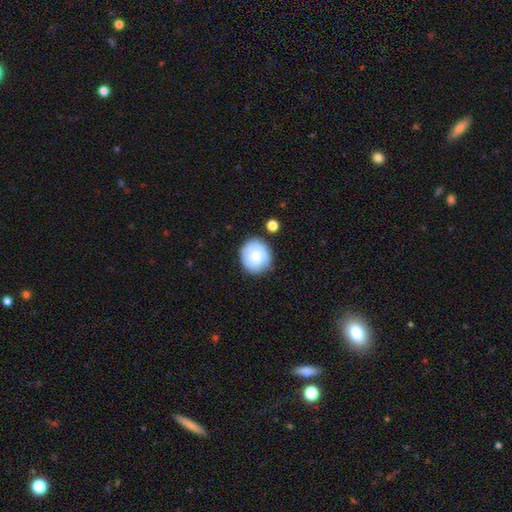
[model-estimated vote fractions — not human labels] This appears to be a smooth galaxy with no disk features (69%) that is round (86%). Merging: none (81%).